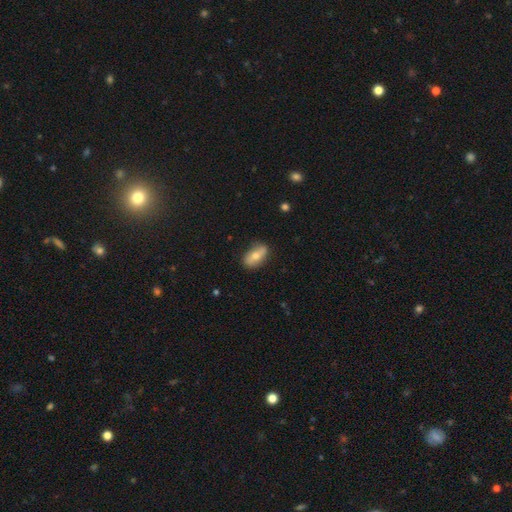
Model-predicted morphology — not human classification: smooth-or-featured: smooth: 60% | featured or disk: 33% | star or artifact: 7%
  how-rounded: in between: 84% | cigar-shaped: 10% | round: 6%
  merging: none: 79% | minor disturbance: 16% | major disturbance: 3% | merger: 2%